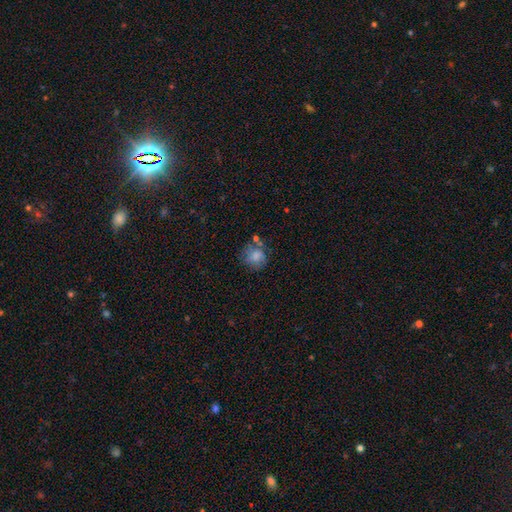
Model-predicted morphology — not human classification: The model was most divided on "merging": none: 58%, minor disturbance: 23%, major disturbance: 11%, merger: 9%. More confident: how rounded — round (79%); smooth or featured — smooth (69%).